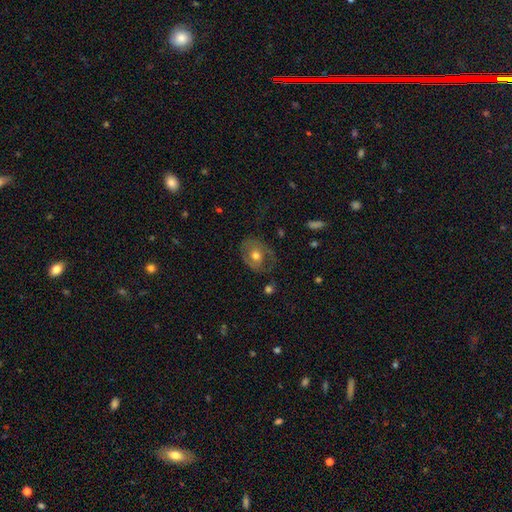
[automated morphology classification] Smooth or featured: featured or disk — 60% (smooth — 32%)
Edge-on disk: no — 96% (yes — 4%)
Bar: no — 76% (weak — 19%)
Spiral arms: yes — 65% (no — 35%)
Bulge size: moderate — 74% (small — 16%)
Merging: none — 57% (minor disturbance — 23%)